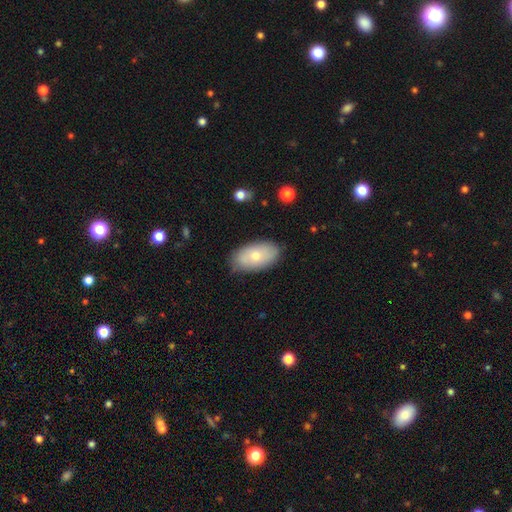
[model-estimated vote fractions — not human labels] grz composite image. It shows a smooth galaxy with no disk features (69%) that is in between round and cigar-shaped (93%). Merging: none (82%).